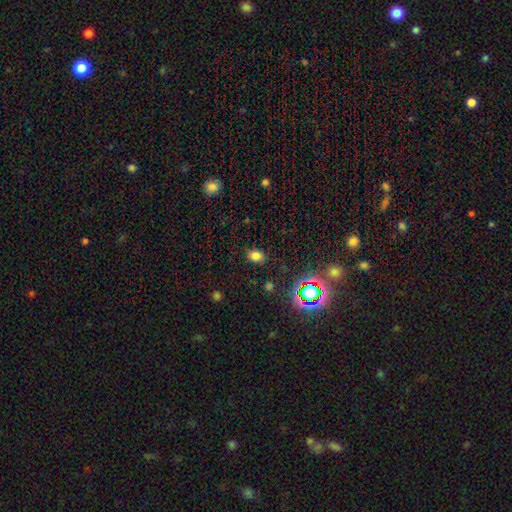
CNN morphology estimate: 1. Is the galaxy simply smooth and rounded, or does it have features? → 74% smooth, 19% star or artifact, 7% featured or disk.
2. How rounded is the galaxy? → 68% in between, 30% round, 1% cigar-shaped.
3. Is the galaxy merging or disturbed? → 84% none, 11% minor disturbance, 3% major disturbance, 2% merger.